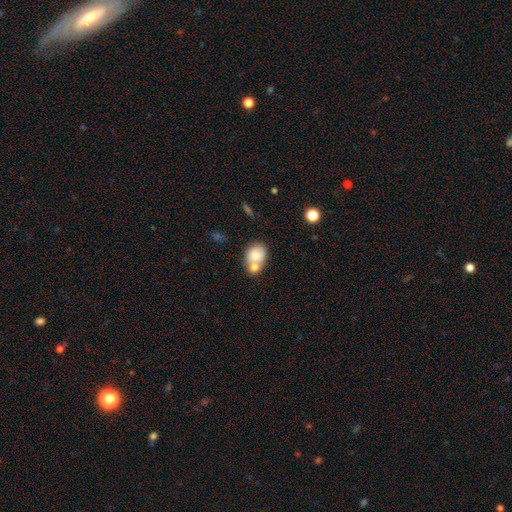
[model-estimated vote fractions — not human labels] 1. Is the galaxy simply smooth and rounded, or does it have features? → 77% smooth, 16% featured or disk, 8% star or artifact.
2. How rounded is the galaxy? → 51% round, 48% in between, 1% cigar-shaped.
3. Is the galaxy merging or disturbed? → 55% merger, 32% none, 10% minor disturbance, 4% major disturbance.